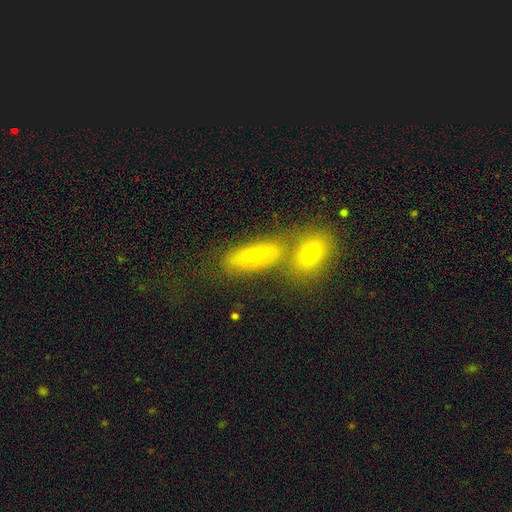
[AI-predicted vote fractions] smooth 63%, featured or disk 25%, star or artifact 12%. Down the decision tree: how rounded — in between (69%); merging — none (47%).